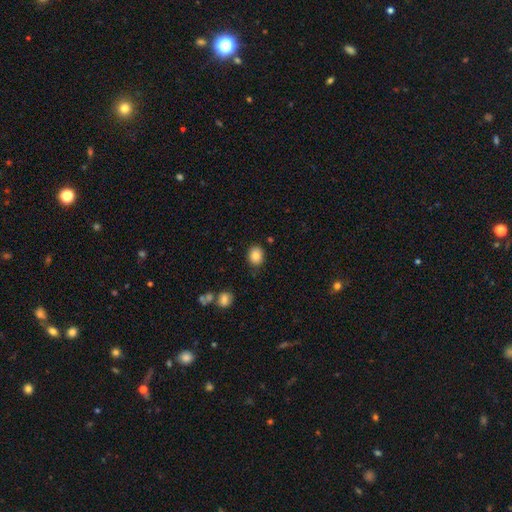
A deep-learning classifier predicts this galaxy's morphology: smooth 83%, star or artifact 10%, featured or disk 7%. Down the decision tree: how rounded — round (64%); merging — none (84%).